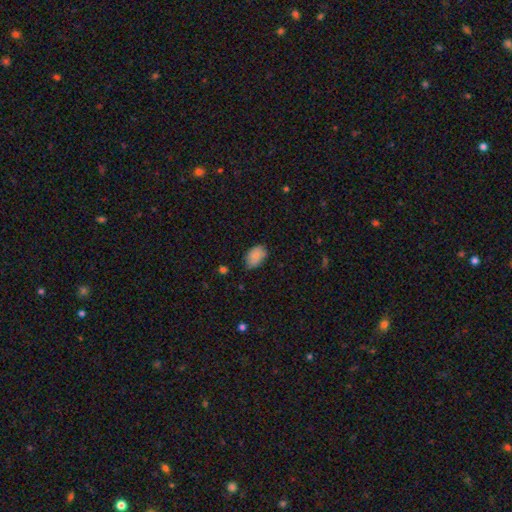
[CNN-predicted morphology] Smooth or featured?
  - smooth: 83% *
  - featured or disk: 9%
  - star or artifact: 8%
How rounded?
  - in between: 89% *
  - round: 10%
  - cigar-shaped: 1%
Merging?
  - none: 69% *
  - minor disturbance: 26%
  - major disturbance: 4%
  - merger: 1%